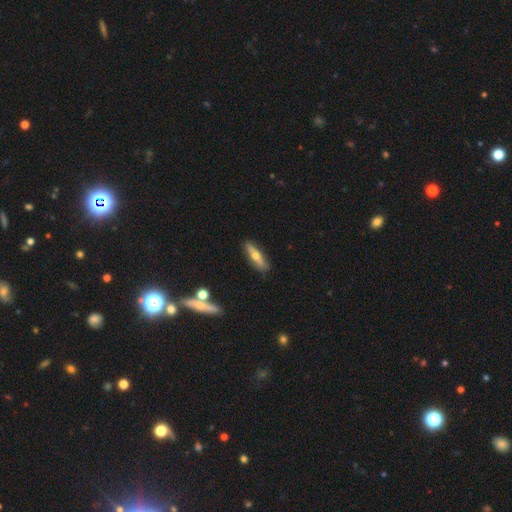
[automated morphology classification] This is possibly a smooth galaxy (48%). Merging: clearly none (87%).